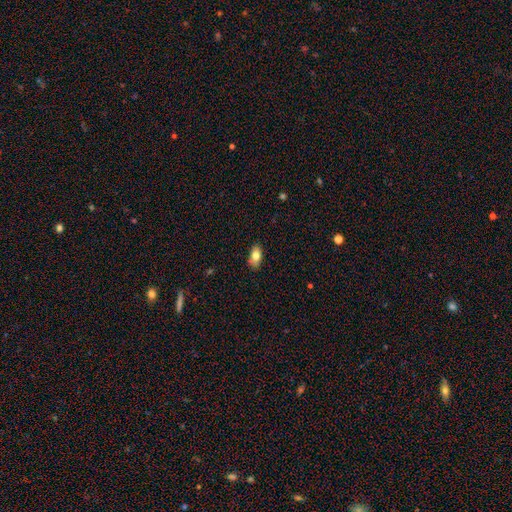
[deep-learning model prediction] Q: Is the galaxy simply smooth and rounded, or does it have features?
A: smooth — 79%.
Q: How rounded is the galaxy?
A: in between — 90%.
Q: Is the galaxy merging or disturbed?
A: none — 83%.